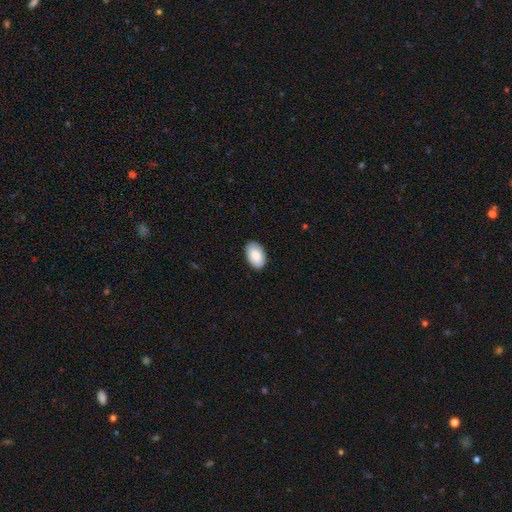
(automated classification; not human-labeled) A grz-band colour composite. It shows a smooth galaxy with no disk features (88%) that is in between round and cigar-shaped (93%). Merging: none (88%).